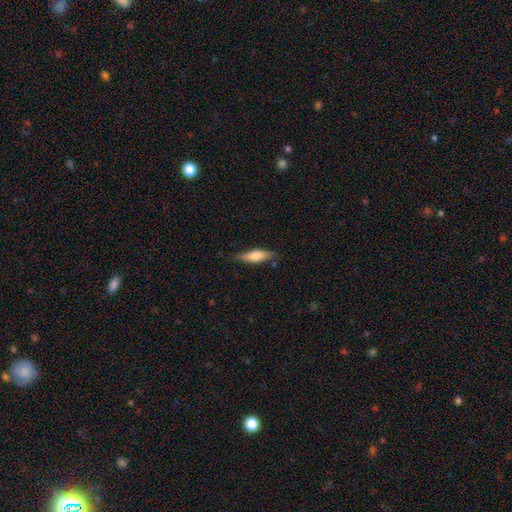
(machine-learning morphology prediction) type=smooth (71%); roundness=cigar-shaped (54%); merging=none (78%).